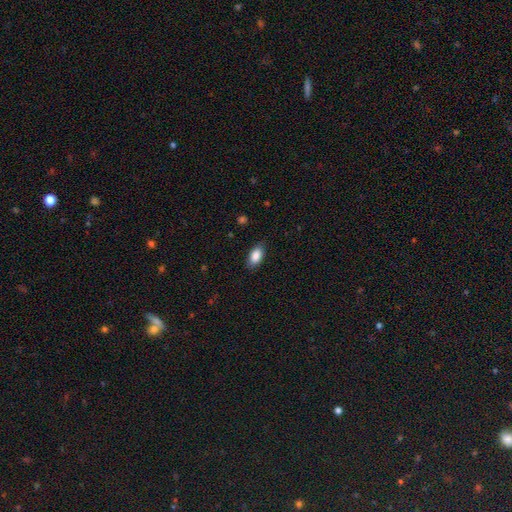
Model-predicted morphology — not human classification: smooth 87%, star or artifact 7%, featured or disk 6%. Down the decision tree: how rounded — in between (91%); merging — none (82%).